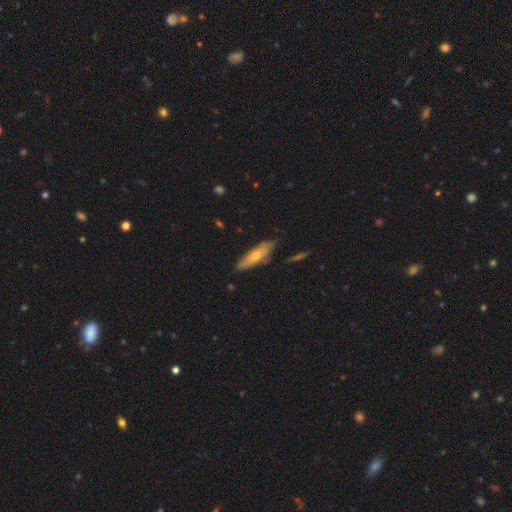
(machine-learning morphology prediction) smooth_or_featured: smooth (p=0.63) [alt: featured or disk p=0.31]
how_rounded: cigar-shaped (p=0.55) [alt: in between p=0.42]
merging: none (p=0.74) [alt: minor disturbance p=0.20]